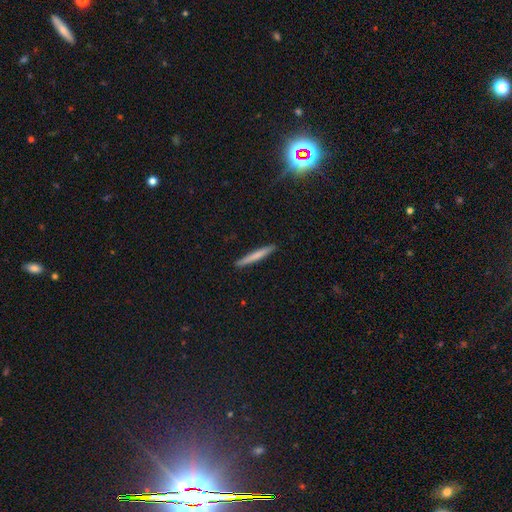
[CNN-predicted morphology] Q: Smooth or featured?
A: smooth (67%); runner-up: featured or disk (27%)
Q: How rounded?
A: cigar-shaped (96%); runner-up: in between (2%)
Q: Merging?
A: none (91%); runner-up: minor disturbance (6%)